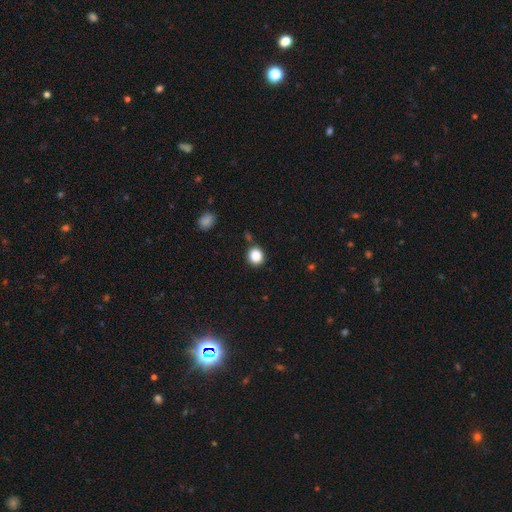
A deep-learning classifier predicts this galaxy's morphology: Overall: smooth (86%). How rounded: round (88%). Merging: none (84%).